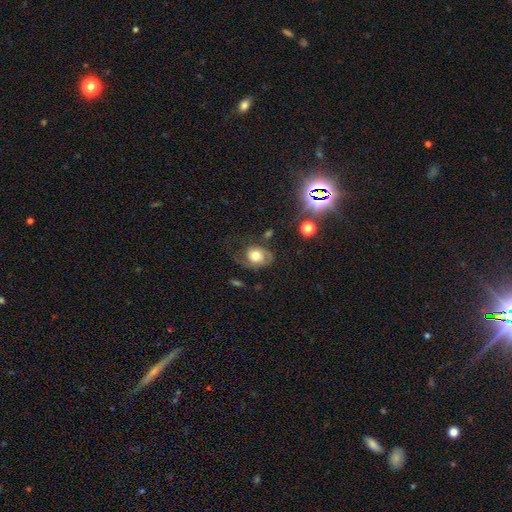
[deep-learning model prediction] featured or disk 46%, smooth 43%, star or artifact 10%. Down the decision tree: merging — none (44%).